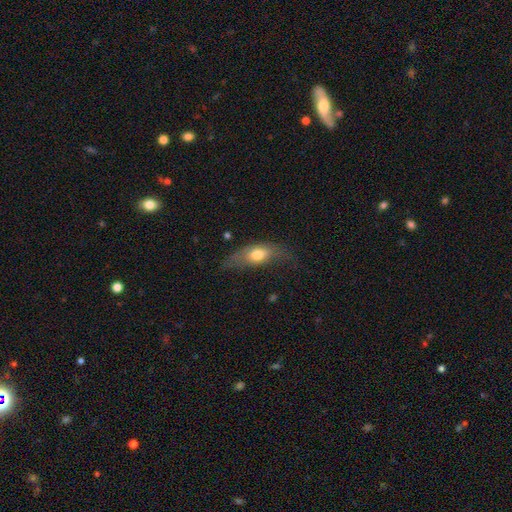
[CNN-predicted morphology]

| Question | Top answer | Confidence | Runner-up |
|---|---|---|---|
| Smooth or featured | smooth | 56% | featured or disk (34%) |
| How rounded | in between | 65% | cigar-shaped (29%) |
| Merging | none | 48% | minor disturbance (32%) |